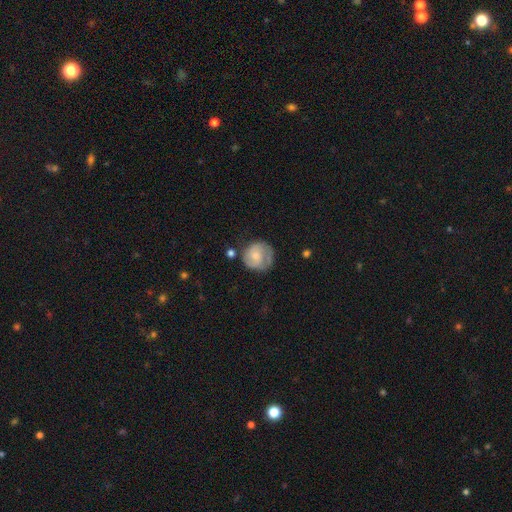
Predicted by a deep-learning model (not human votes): smooth-or-featured: smooth: 49% | featured or disk: 44% | star or artifact: 7%
  merging: none: 56% | minor disturbance: 26% | major disturbance: 14% | merger: 5%